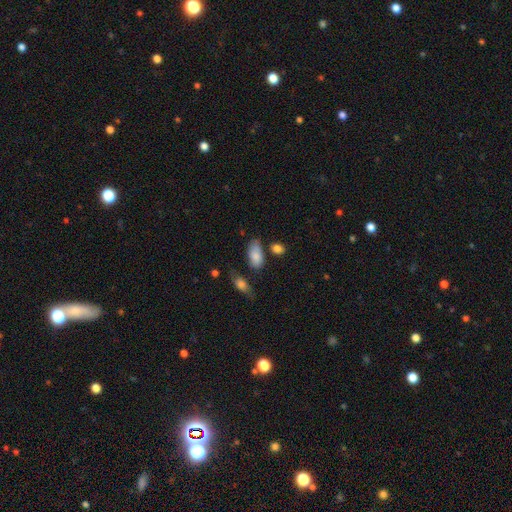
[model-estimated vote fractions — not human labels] smooth_or_featured: smooth (p=0.82) [alt: featured or disk p=0.10]
how_rounded: in between (p=0.92) [alt: round p=0.04]
merging: none (p=0.59) [alt: minor disturbance p=0.25]